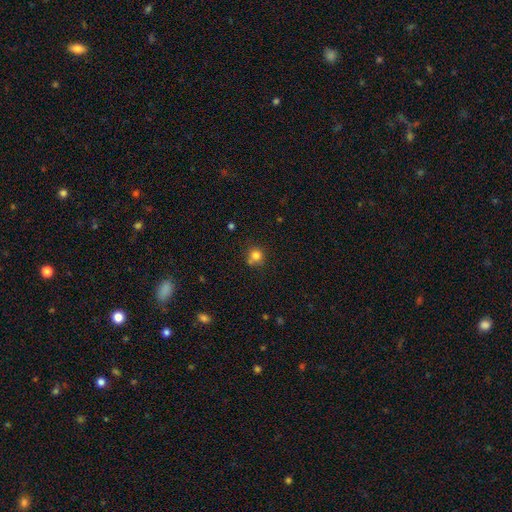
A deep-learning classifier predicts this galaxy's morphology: Q: Smooth or featured?
A: smooth (80%); runner-up: star or artifact (13%)
Q: How rounded?
A: round (89%); runner-up: in between (10%)
Q: Merging?
A: none (67%); runner-up: merger (16%)